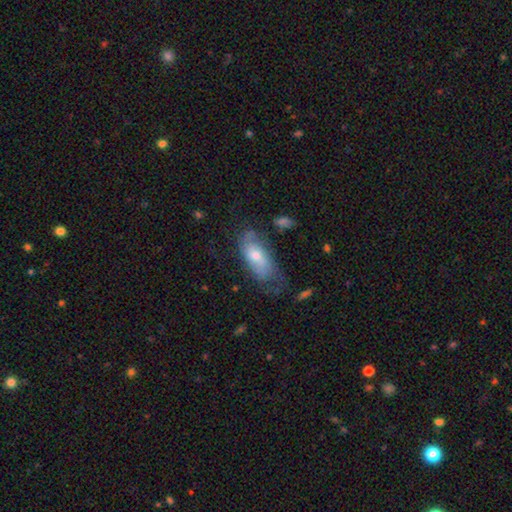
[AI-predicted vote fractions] A smooth galaxy with no disk features (50%). Merging: none (49%).